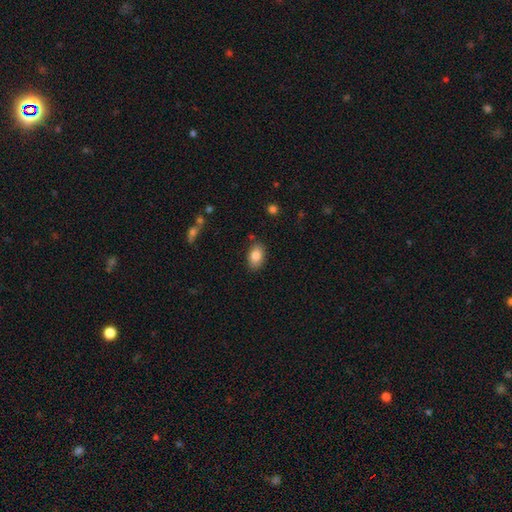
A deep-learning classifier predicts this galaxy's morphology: Smooth or featured: smooth — 83% (featured or disk — 9%)
How rounded: in between — 87% (round — 11%)
Merging: none — 84% (minor disturbance — 12%)